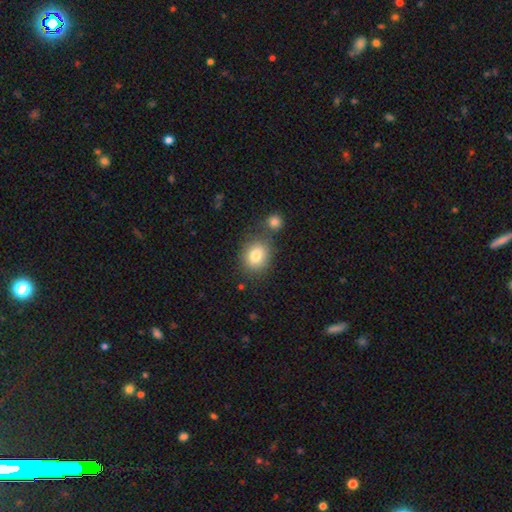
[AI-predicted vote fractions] Overall: smooth (81%). How rounded: round (64%; in between 35%). Merging: none (70%).